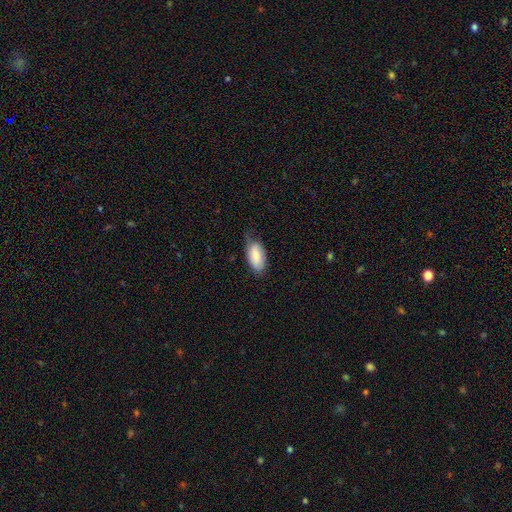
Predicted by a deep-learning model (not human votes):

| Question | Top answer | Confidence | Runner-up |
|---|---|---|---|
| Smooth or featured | smooth | 80% | featured or disk (14%) |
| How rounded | in between | 92% | cigar-shaped (6%) |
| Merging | none | 55% | minor disturbance (35%) |